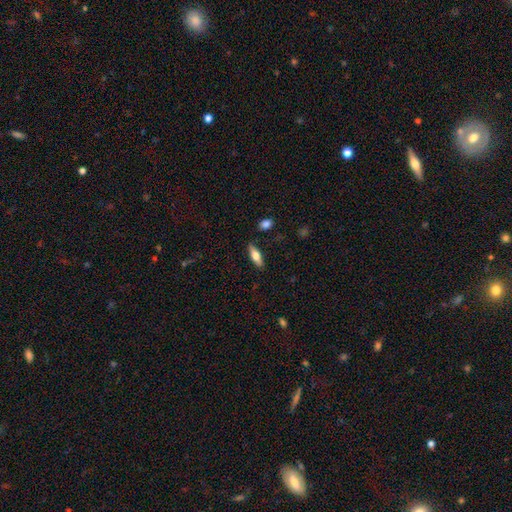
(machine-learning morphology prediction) Smooth or featured? smooth (61%)
How rounded? in between (55%)
Merging? none (86%)